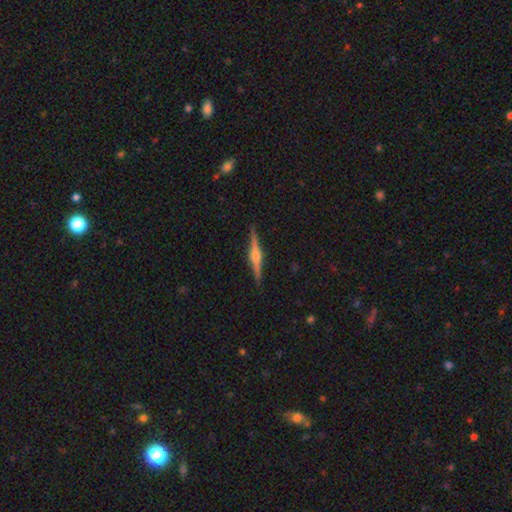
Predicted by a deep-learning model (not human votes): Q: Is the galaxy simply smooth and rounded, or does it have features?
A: featured or disk — 82%.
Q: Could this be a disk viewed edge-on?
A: yes — 98%.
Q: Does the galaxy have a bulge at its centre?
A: rounded — 91%.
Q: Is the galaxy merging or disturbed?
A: none — 91%.